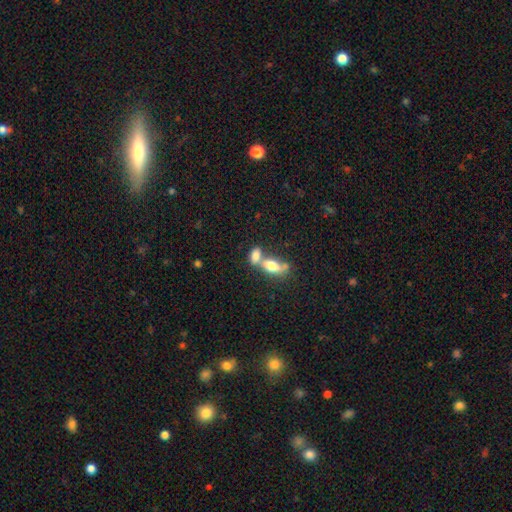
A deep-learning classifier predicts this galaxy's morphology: Smooth or featured? Predicted: smooth (p=0.74). How rounded? Predicted: in between (p=0.83). Merging? Predicted: merger (p=0.68).